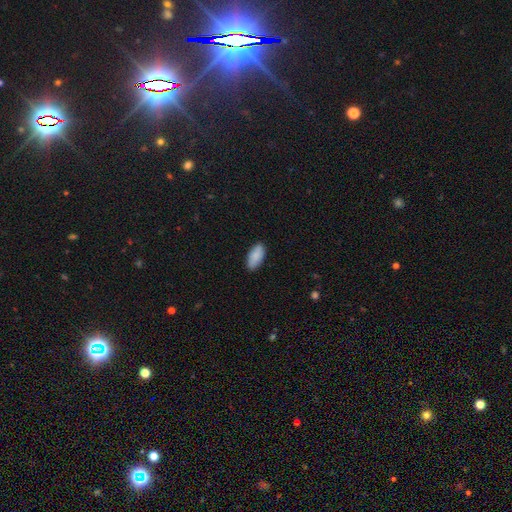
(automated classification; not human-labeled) Smooth or featured? Predicted: smooth (p=0.86). How rounded? Predicted: in between (p=0.90). Merging? Predicted: none (p=0.85).